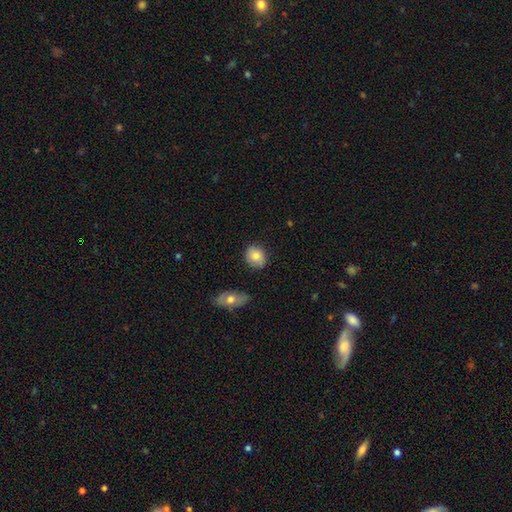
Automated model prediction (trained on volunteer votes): Overall: smooth (80%). How rounded: round (66%; in between 33%). Merging: none (81%).